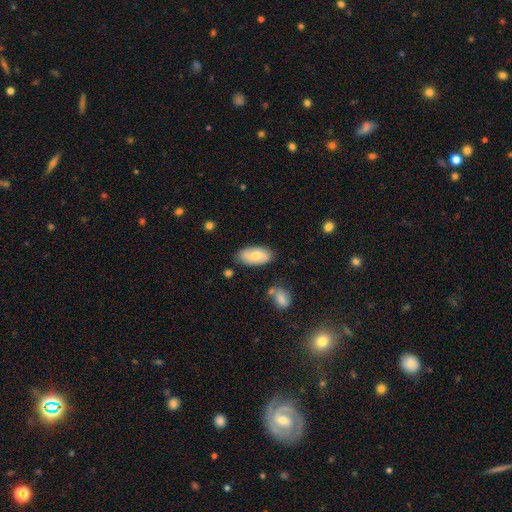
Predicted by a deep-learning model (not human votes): smooth_or_featured: smooth (p=0.59) [alt: featured or disk p=0.35]
how_rounded: in between (p=0.93) [alt: cigar-shaped p=0.04]
merging: none (p=0.79) [alt: minor disturbance p=0.15]